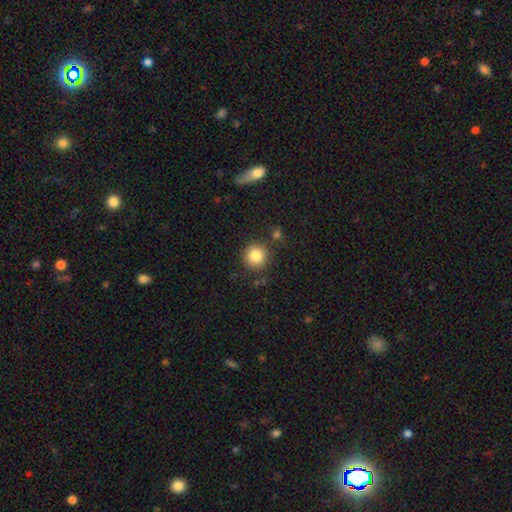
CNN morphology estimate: Smooth or featured?
  - smooth: 84% *
  - star or artifact: 10%
  - featured or disk: 6%
How rounded?
  - round: 94% *
  - in between: 5%
  - cigar-shaped: 1%
Merging?
  - none: 85% *
  - minor disturbance: 8%
  - merger: 4%
  - major disturbance: 3%